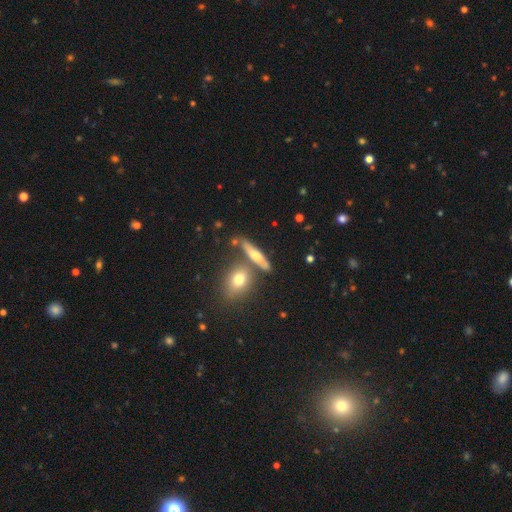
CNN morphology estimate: Smooth or featured? smooth (50%)
Merging? none (67%)